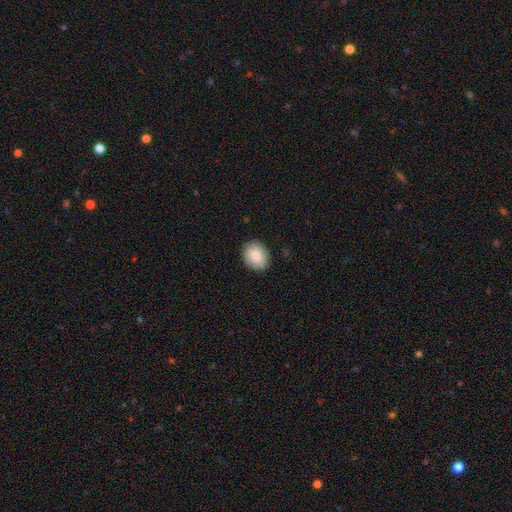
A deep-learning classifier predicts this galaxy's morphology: smooth 82%, featured or disk 11%, star or artifact 7%. Down the decision tree: how rounded — round (57%); merging — none (86%).